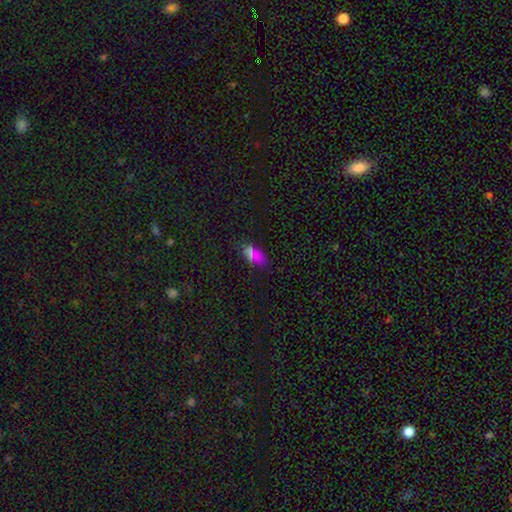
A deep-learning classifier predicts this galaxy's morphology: smooth 66%, star or artifact 27%, featured or disk 7%. Down the decision tree: how rounded — in between (88%); merging — none (78%).